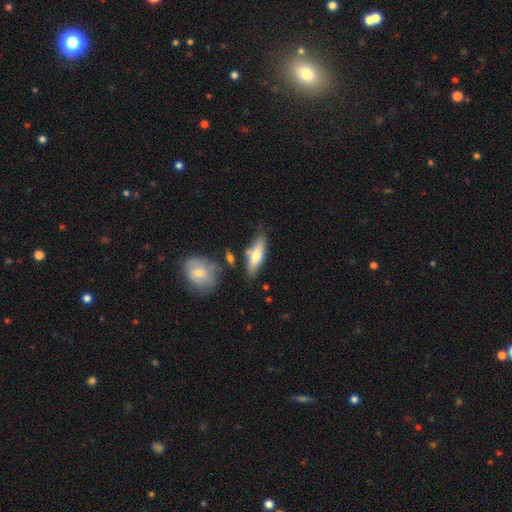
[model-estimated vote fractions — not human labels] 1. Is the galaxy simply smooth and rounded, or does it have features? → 64% smooth, 31% featured or disk, 6% star or artifact.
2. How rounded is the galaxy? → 51% in between, 46% cigar-shaped, 2% round.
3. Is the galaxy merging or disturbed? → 71% none, 16% minor disturbance, 10% merger, 4% major disturbance.